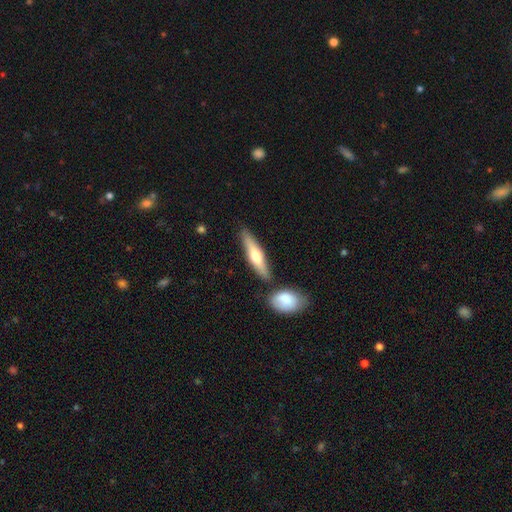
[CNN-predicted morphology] smooth_or_featured: smooth (p=0.50) [alt: featured or disk p=0.45]
how_rounded: cigar-shaped (p=0.75) [alt: in between p=0.23]
merging: none (p=0.79) [alt: minor disturbance p=0.10]